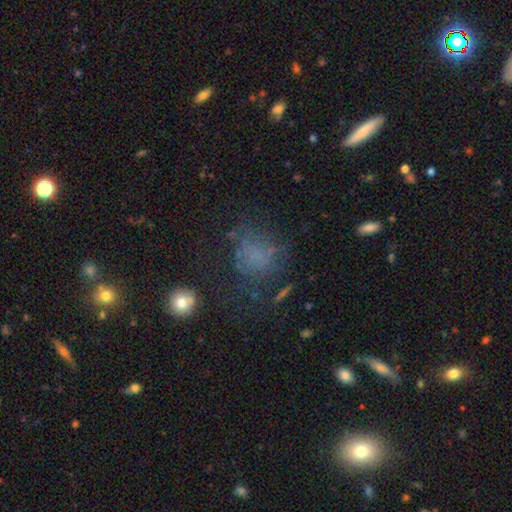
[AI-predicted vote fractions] Q: Smooth or featured?
A: smooth (51%); runner-up: star or artifact (25%)
Q: How rounded?
A: round (60%); runner-up: in between (38%)
Q: Merging?
A: none (53%); runner-up: major disturbance (23%)